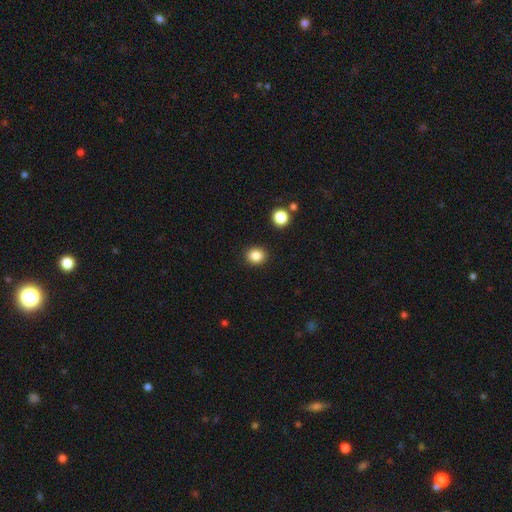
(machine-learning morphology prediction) A smooth galaxy with no disk features (85%) that is round (79%). Merging: none (90%).